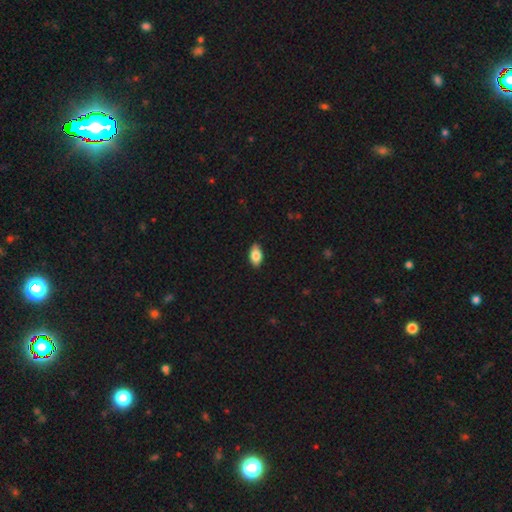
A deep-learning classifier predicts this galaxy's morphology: Smooth or featured? smooth (83%)
How rounded? in between (93%)
Merging? none (88%)